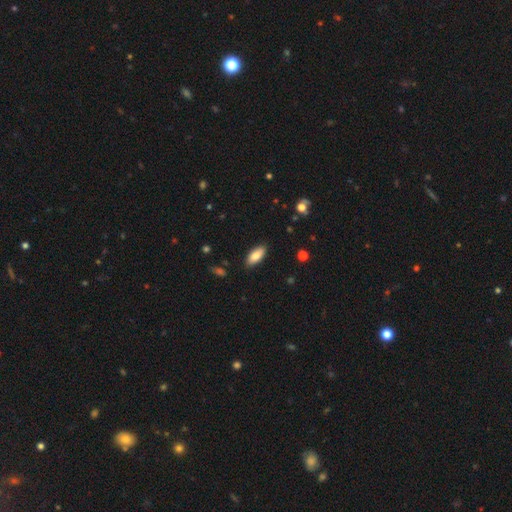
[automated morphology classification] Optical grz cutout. It shows a smooth galaxy with no disk features (83%) that is in between round and cigar-shaped (85%). Merging: none (87%).